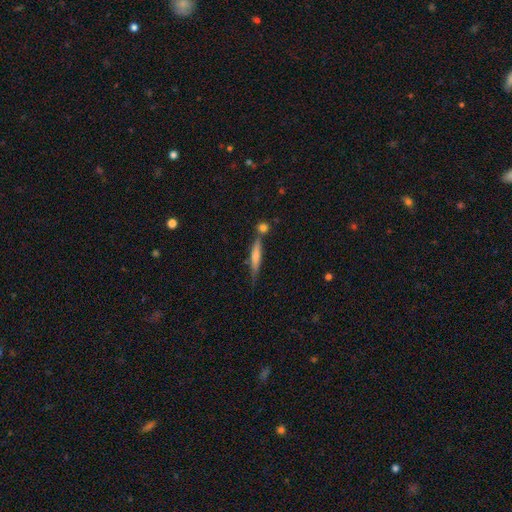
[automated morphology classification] A featured or disk galaxy (51%) viewed edge-on (94%).

Vote fractions:
- Smooth or featured? featured or disk: 51% / smooth: 39% / star or artifact: 9%
- Edge-on disk? yes: 94% / no: 6%
- Merging? none: 71% / minor disturbance: 14% / merger: 11% / major disturbance: 4%